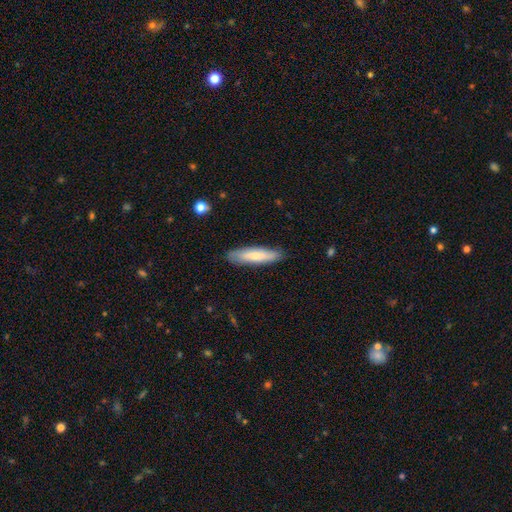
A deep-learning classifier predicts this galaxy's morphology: Smooth or featured?
  - smooth: 68% *
  - featured or disk: 26%
  - star or artifact: 6%
How rounded?
  - cigar-shaped: 75% *
  - in between: 24%
  - round: 1%
Merging?
  - none: 85% *
  - minor disturbance: 11%
  - major disturbance: 2%
  - merger: 1%